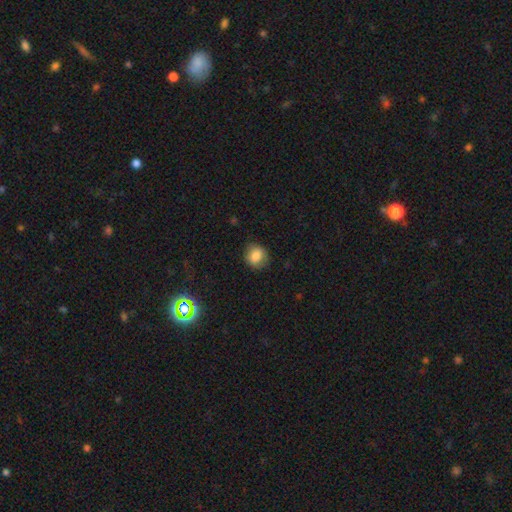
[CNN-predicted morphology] Overall: smooth (83%). How rounded: round (75%). Merging: none (80%).